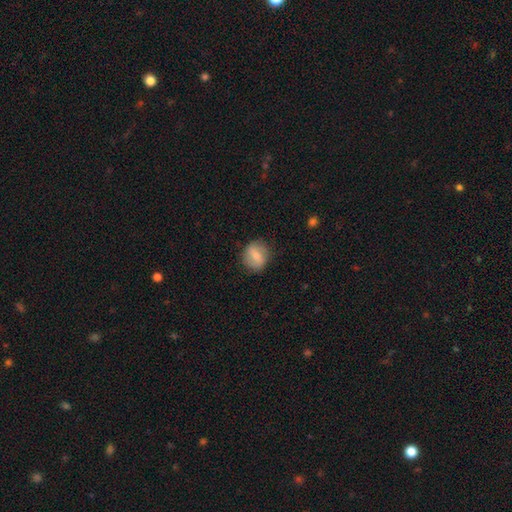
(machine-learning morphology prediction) Overall: smooth (67%). How rounded: round (71%). Merging: none (81%).